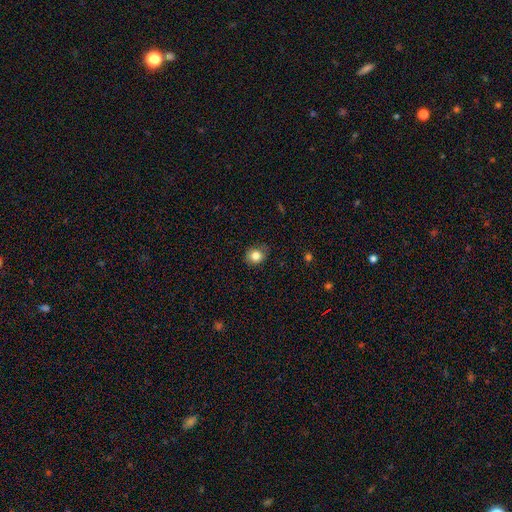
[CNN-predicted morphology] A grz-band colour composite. It shows a smooth galaxy with no disk features (82%) that is round (76%). Merging: none (81%).